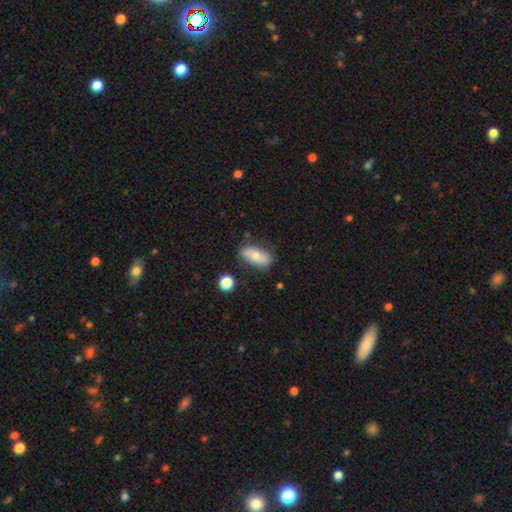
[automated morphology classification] smooth_or_featured: smooth (p=0.67) [alt: featured or disk p=0.26]
how_rounded: in between (p=0.84) [alt: cigar-shaped p=0.11]
merging: none (p=0.75) [alt: minor disturbance p=0.17]